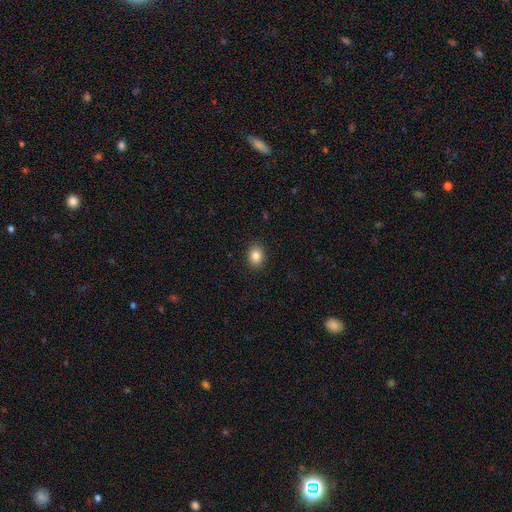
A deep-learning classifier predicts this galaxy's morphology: smooth_or_featured: smooth (p=0.85) [alt: star or artifact p=0.10]
how_rounded: in between (p=0.53) [alt: round p=0.46]
merging: none (p=0.90) [alt: minor disturbance p=0.07]